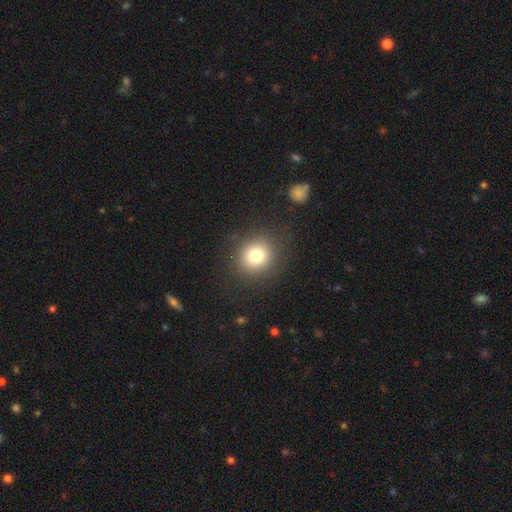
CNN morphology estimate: Smooth or featured: smooth — 79% (star or artifact — 12%)
How rounded: round — 84% (in between — 15%)
Merging: none — 87% (minor disturbance — 8%)